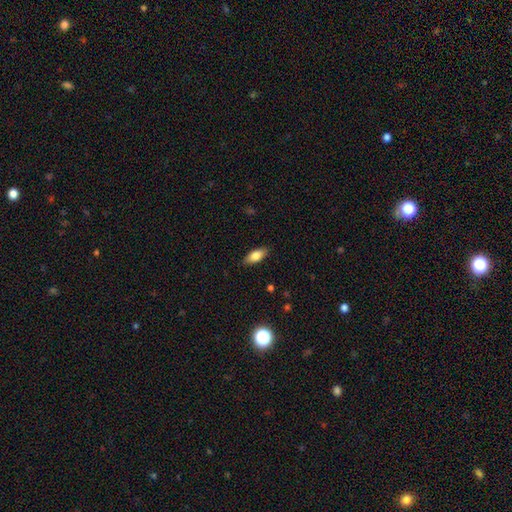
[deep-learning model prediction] A smooth galaxy with no disk features (77%) that is in between round and cigar-shaped (84%).

Vote fractions:
- Smooth or featured? smooth: 77% / featured or disk: 15% / star or artifact: 7%
- How rounded? in between: 84% / cigar-shaped: 14% / round: 3%
- Merging? none: 87% / minor disturbance: 10% / major disturbance: 2% / merger: 1%